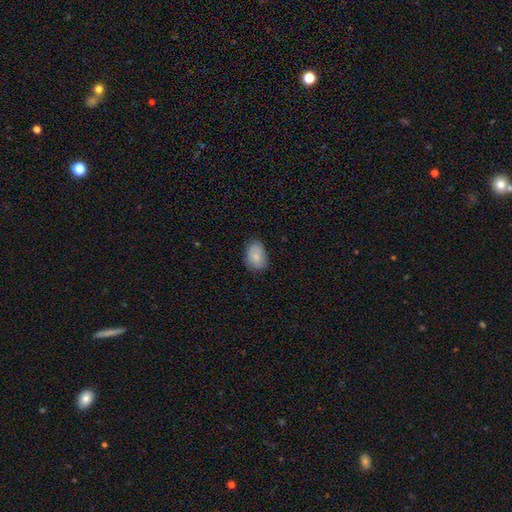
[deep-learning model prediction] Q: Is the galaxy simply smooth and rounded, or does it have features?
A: smooth — 84%.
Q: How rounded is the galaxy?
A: in between — 82%.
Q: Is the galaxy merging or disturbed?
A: none — 74%.